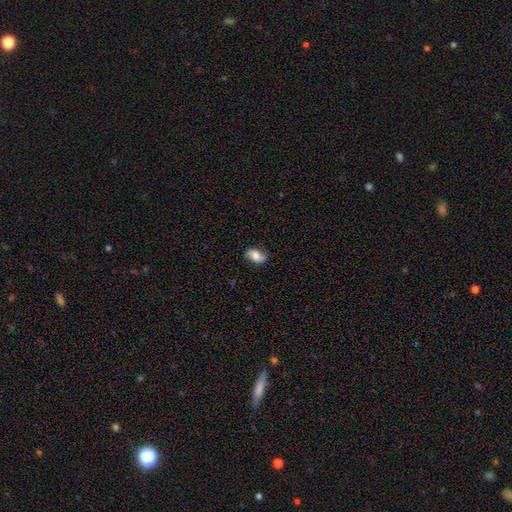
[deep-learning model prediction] smooth-or-featured: smooth: 74% | featured or disk: 18% | star or artifact: 8%
  how-rounded: in between: 89% | round: 8% | cigar-shaped: 3%
  merging: none: 81% | minor disturbance: 15% | major disturbance: 3% | merger: 1%